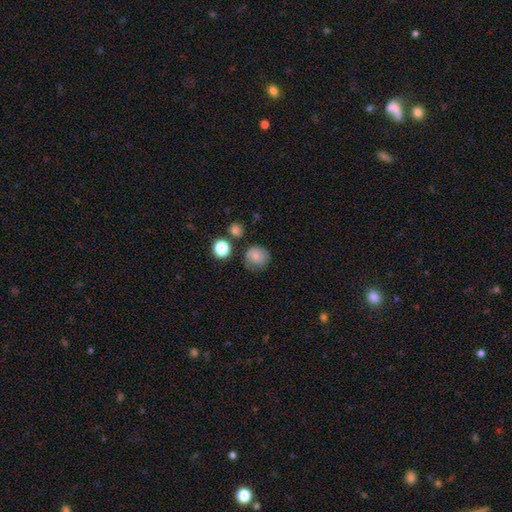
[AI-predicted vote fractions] Smooth or featured: smooth — 77% (star or artifact — 11%)
How rounded: round — 85% (in between — 14%)
Merging: none — 67% (minor disturbance — 22%)